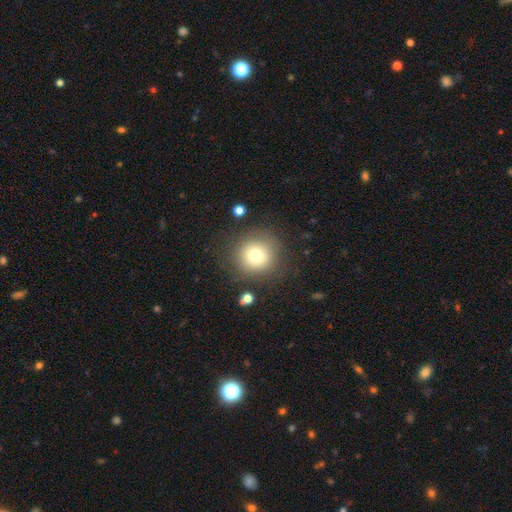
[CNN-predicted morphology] Smooth or featured? Predicted: smooth (p=0.76). How rounded? Predicted: round (p=0.93). Merging? Predicted: none (p=0.82).